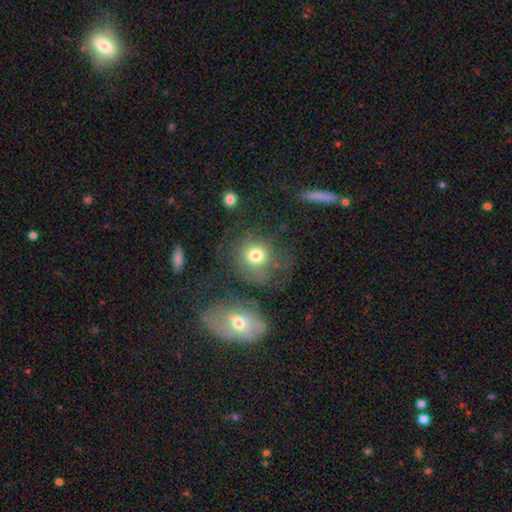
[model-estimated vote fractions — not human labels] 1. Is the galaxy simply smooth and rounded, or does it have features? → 68% smooth, 18% featured or disk, 14% star or artifact.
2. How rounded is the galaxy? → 71% round, 28% in between, 2% cigar-shaped.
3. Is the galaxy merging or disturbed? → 53% none, 20% minor disturbance, 14% major disturbance, 13% merger.